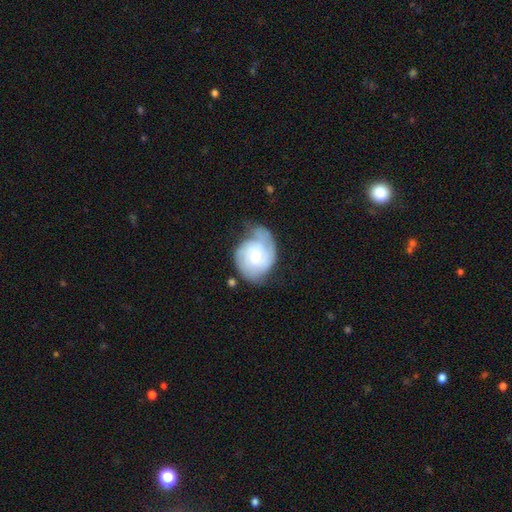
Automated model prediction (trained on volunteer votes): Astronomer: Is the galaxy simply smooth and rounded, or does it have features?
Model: featured or disk — 69%.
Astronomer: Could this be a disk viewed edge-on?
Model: no — 98%.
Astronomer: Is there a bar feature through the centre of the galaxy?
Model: no — 71%.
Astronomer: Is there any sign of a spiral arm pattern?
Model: yes — 90%.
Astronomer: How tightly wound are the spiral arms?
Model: tight — 58%.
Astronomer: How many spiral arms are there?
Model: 2 — 47% (runner-up: can't tell, 28%).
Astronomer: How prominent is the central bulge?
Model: small — 46% (runner-up: moderate, 44%).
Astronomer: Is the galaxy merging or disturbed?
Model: none — 43% (runner-up: minor disturbance, 33%).